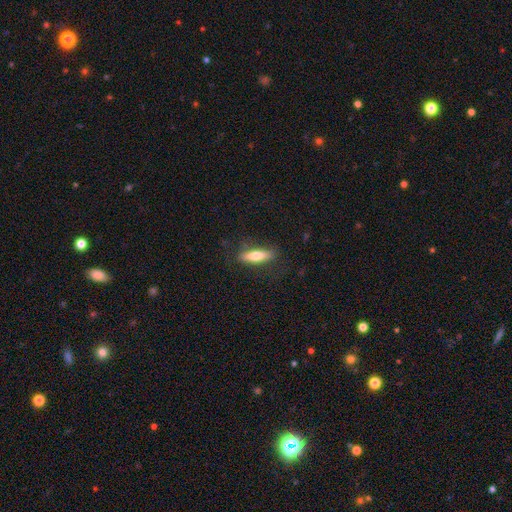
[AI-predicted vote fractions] Smooth or featured? Predicted: smooth (p=0.66). How rounded? Predicted: cigar-shaped (p=0.65). Merging? Predicted: none (p=0.82).